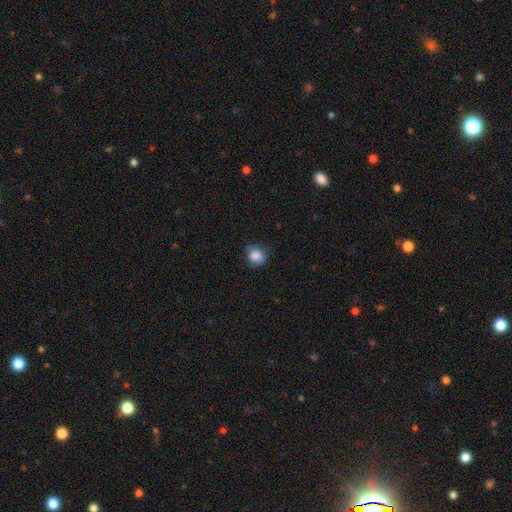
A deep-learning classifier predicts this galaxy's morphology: This is clearly a smooth galaxy (86%). How rounded: likely round (76%). Merging: likely none (71%).